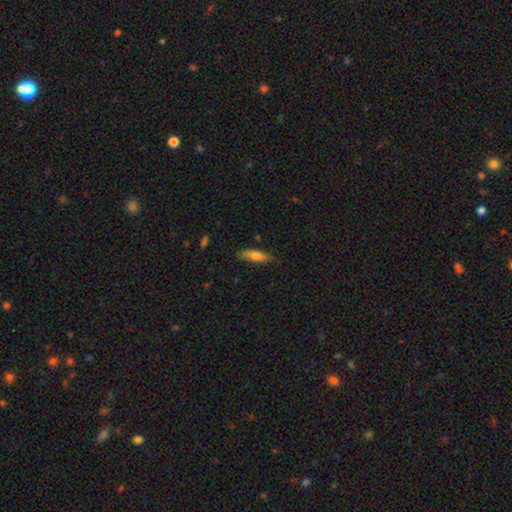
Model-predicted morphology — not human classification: Smooth or featured? Predicted: smooth (p=0.73). How rounded? Predicted: cigar-shaped (p=0.53). Merging? Predicted: none (p=0.83).